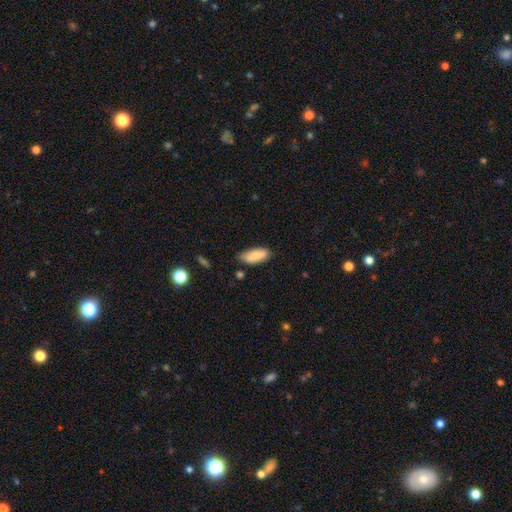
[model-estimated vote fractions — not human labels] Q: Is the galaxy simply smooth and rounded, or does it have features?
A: smooth — 77%.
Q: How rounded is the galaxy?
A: in between — 78%.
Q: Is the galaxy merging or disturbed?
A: none — 70%.